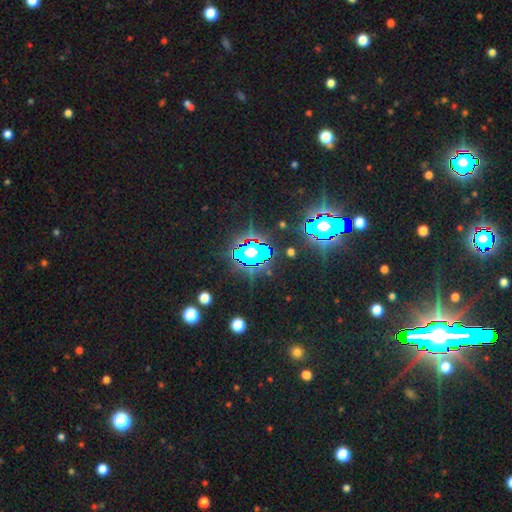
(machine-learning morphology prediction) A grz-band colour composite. It shows a star or artifact, not a galaxy (80%).